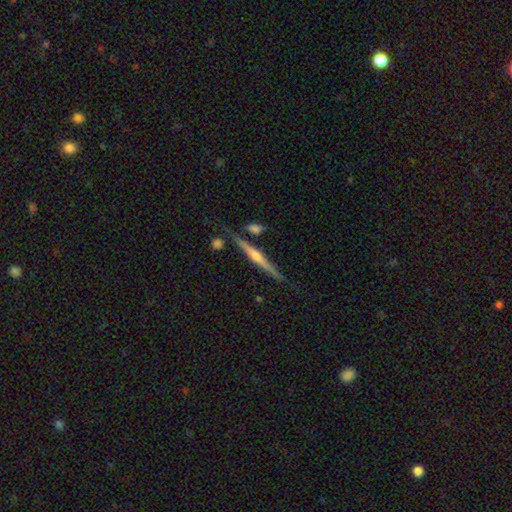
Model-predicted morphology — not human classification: featured or disk 75%, smooth 18%, star or artifact 6%. Down the decision tree: edge-on disk — yes (98%); edge-on bulge — rounded (84%); merging — none (79%).